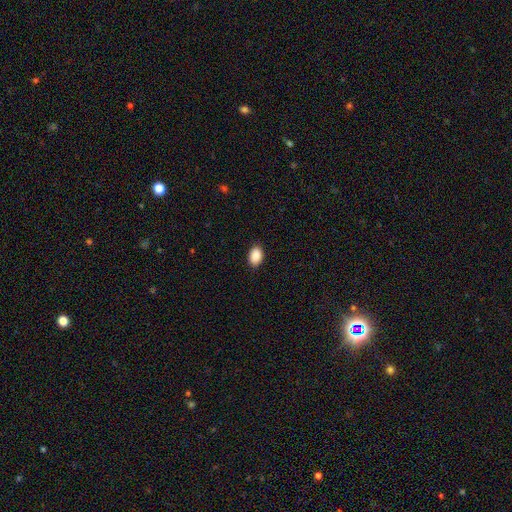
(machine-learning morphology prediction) Smooth or featured? smooth (90%)
How rounded? in between (88%)
Merging? none (89%)